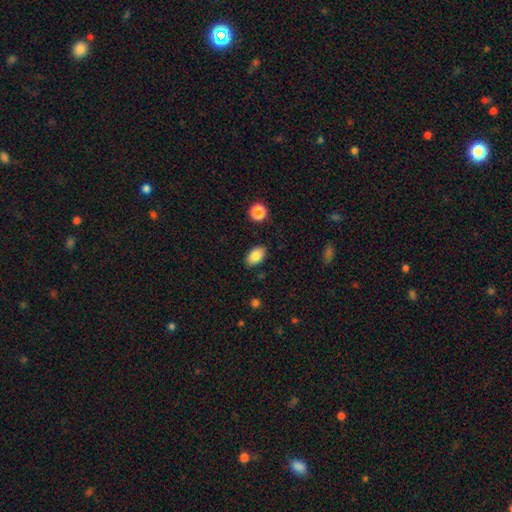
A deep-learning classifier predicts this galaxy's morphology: Smooth or featured?
  - smooth: 84% *
  - star or artifact: 8%
  - featured or disk: 8%
How rounded?
  - in between: 91% *
  - round: 8%
  - cigar-shaped: 1%
Merging?
  - none: 86% *
  - minor disturbance: 10%
  - major disturbance: 2%
  - merger: 2%